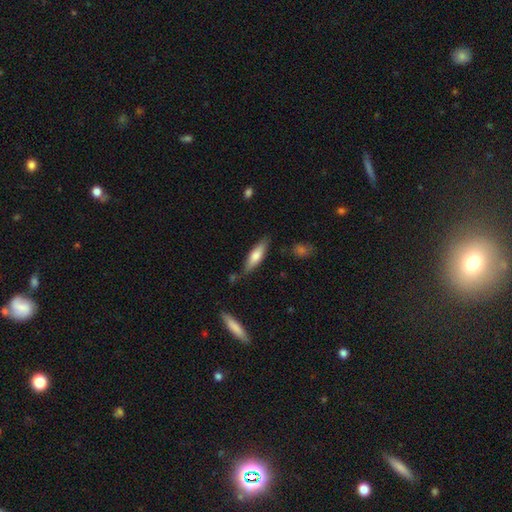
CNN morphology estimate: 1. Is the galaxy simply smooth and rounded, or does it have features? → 68% smooth, 26% featured or disk, 6% star or artifact.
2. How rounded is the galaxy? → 61% cigar-shaped, 37% in between, 2% round.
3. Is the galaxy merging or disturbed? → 78% none, 15% minor disturbance, 4% merger, 3% major disturbance.